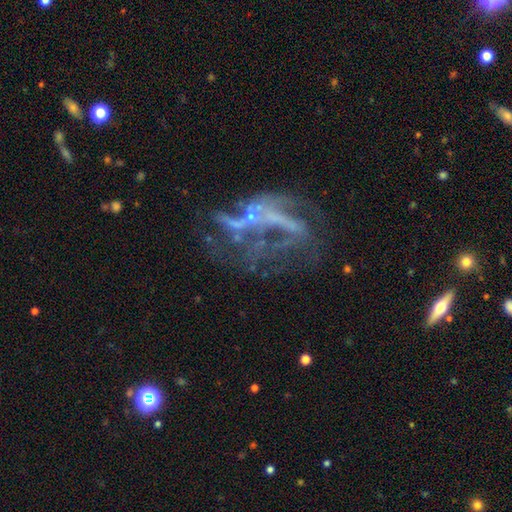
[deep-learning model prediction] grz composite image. It shows a featured or disk galaxy (68%) with no bar (68%), no spiral arms (60%) and no central bulge (62%). Merging: major disturbance (42%).